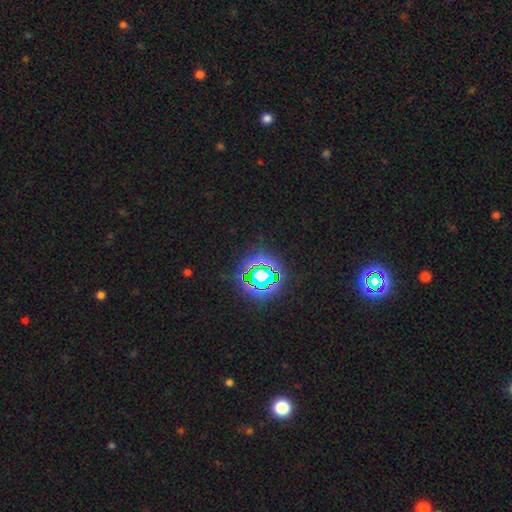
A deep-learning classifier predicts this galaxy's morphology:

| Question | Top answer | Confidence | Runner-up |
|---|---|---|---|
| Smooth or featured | star or artifact | 82% | smooth (12%) |